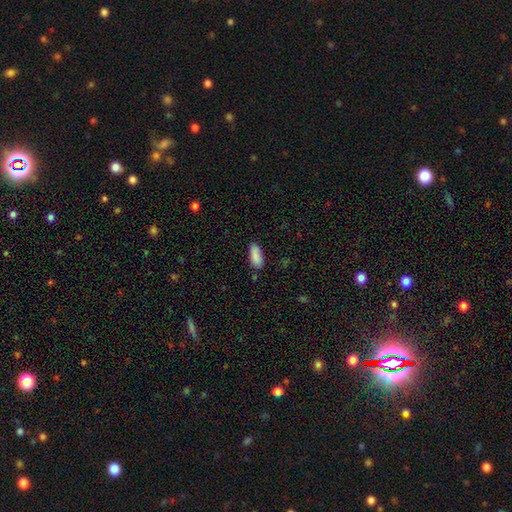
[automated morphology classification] Overall: smooth (89%). How rounded: in between (81%). Merging: none (82%).